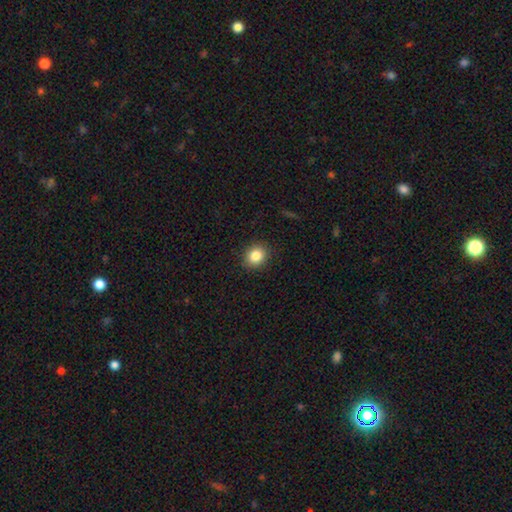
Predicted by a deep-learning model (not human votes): smooth 84%, star or artifact 10%, featured or disk 6%. Down the decision tree: how rounded — round (69%); merging — none (89%).